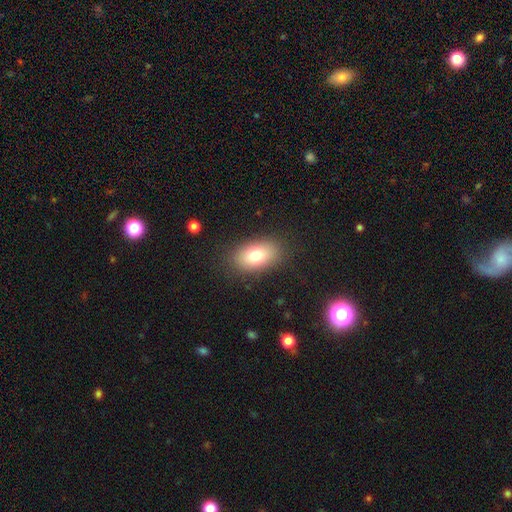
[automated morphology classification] The model was most divided on "smooth or featured": smooth: 77%, featured or disk: 14%, star or artifact: 9%. More confident: how rounded — in between (88%); merging — none (85%).